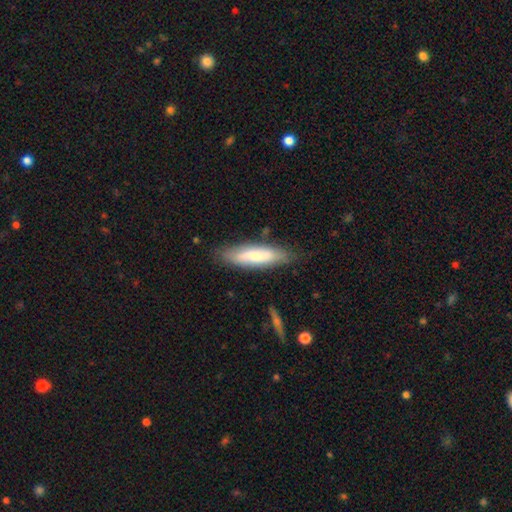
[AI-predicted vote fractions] Overall: smooth (63%; featured or disk 32%). How rounded: cigar-shaped (60%; in between 39%). Merging: none (78%).